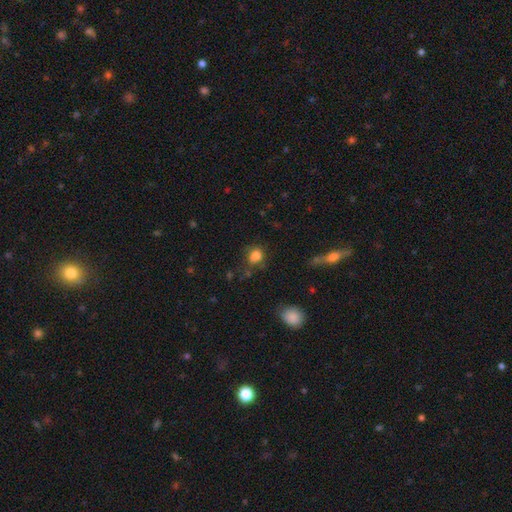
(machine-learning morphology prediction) Q: Smooth or featured?
A: smooth (81%); runner-up: star or artifact (12%)
Q: How rounded?
A: round (63%); runner-up: in between (36%)
Q: Merging?
A: none (68%); runner-up: minor disturbance (20%)